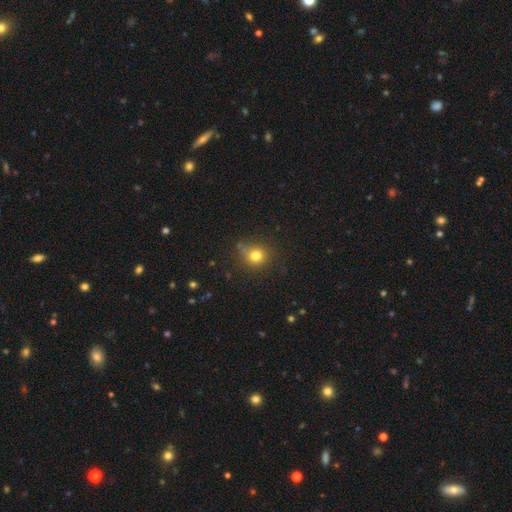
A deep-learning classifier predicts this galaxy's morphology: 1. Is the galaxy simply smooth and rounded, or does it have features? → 77% smooth, 14% star or artifact, 8% featured or disk.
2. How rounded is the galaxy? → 83% round, 16% in between, 1% cigar-shaped.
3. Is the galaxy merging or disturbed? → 71% none, 20% minor disturbance, 7% major disturbance, 3% merger.